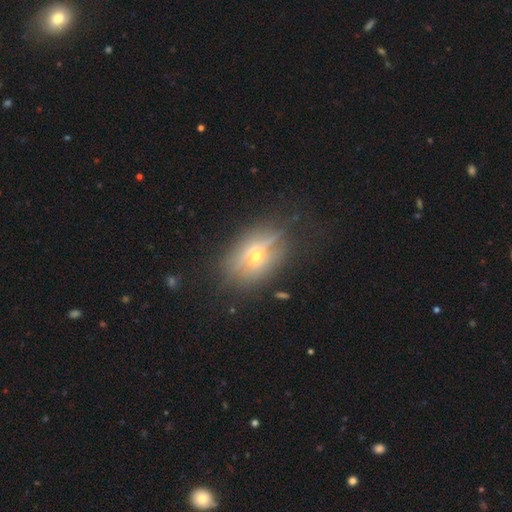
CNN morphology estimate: This appears to be a featured or disk galaxy (55%) viewed edge-on (56%). Merging: none (66%).